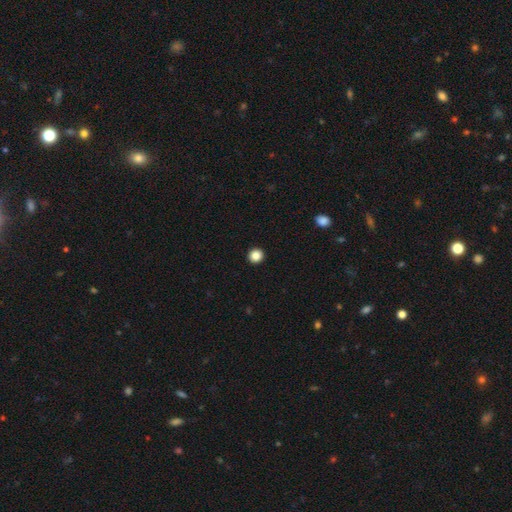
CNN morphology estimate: Smooth or featured?
  - smooth: 86% *
  - star or artifact: 10%
  - featured or disk: 4%
How rounded?
  - round: 95% *
  - in between: 4%
  - cigar-shaped: 1%
Merging?
  - none: 94% *
  - minor disturbance: 3%
  - major disturbance: 1%
  - merger: 1%